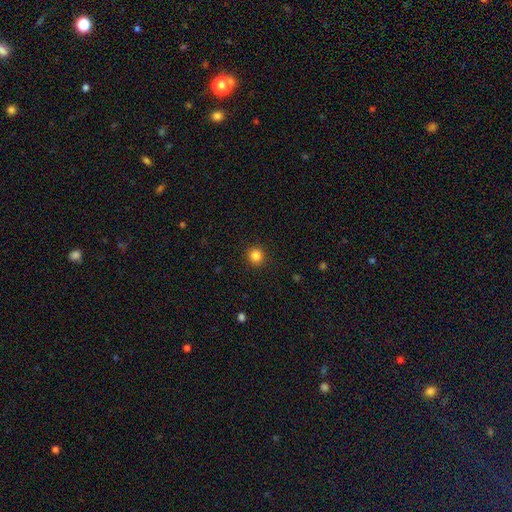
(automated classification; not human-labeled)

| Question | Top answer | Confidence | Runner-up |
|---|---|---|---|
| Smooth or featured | smooth | 84% | star or artifact (11%) |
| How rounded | round | 94% | in between (6%) |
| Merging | none | 92% | minor disturbance (5%) |